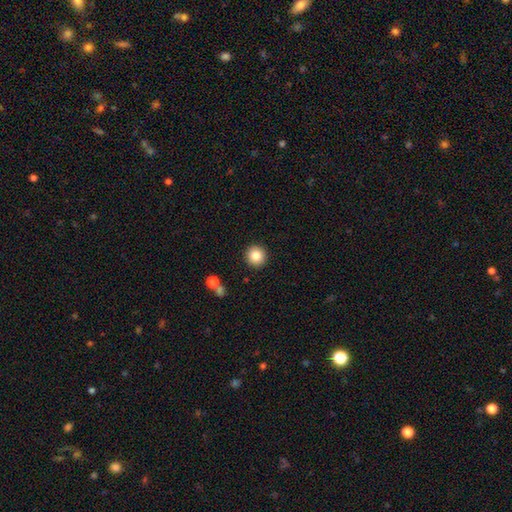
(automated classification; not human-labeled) Smooth or featured? smooth (84%)
How rounded? round (94%)
Merging? none (92%)